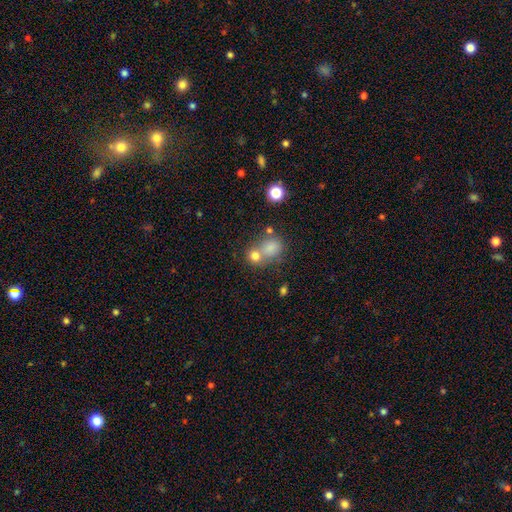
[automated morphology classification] The model was most divided on "merging": merger: 43%, none: 42%, minor disturbance: 10%, major disturbance: 5%. More confident: smooth or featured — smooth (76%); how rounded — round (69%).